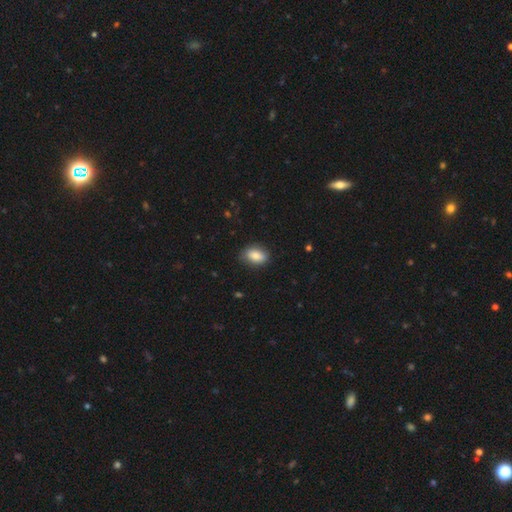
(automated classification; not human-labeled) A smooth galaxy with no disk features (84%) that is in between round and cigar-shaped (84%).

Vote fractions:
- Smooth or featured? smooth: 84% / featured or disk: 9% / star or artifact: 7%
- How rounded? in between: 84% / round: 14% / cigar-shaped: 2%
- Merging? none: 79% / minor disturbance: 16% / major disturbance: 3% / merger: 1%